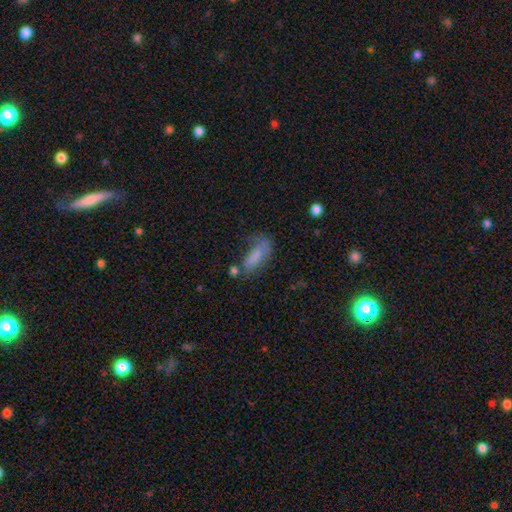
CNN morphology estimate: Smooth or featured? smooth (72%)
How rounded? in between (73%)
Merging? none (37%)